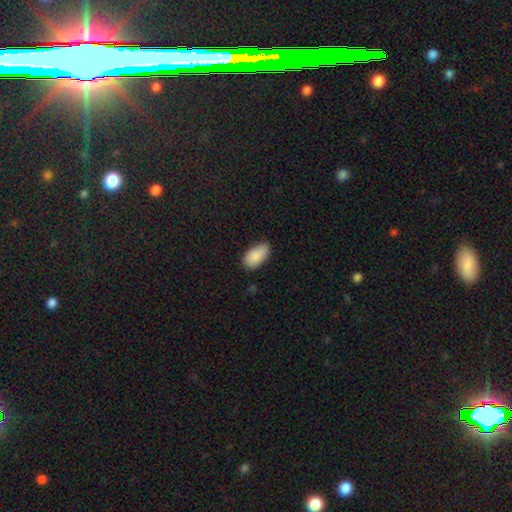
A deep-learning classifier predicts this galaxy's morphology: smooth 89%, star or artifact 7%, featured or disk 5%. Down the decision tree: how rounded — in between (94%); merging — none (70%).